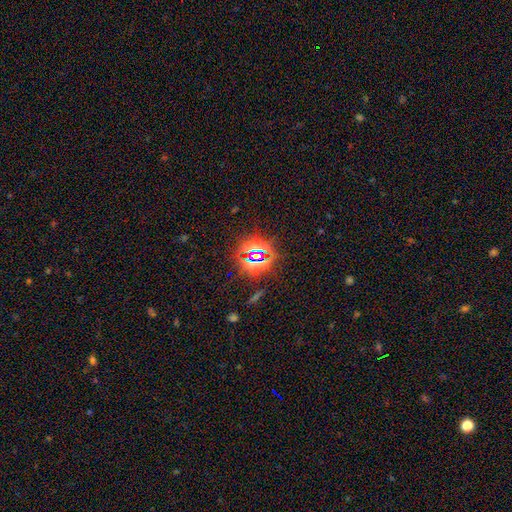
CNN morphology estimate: Smooth or featured? Predicted: star or artifact (p=0.76).